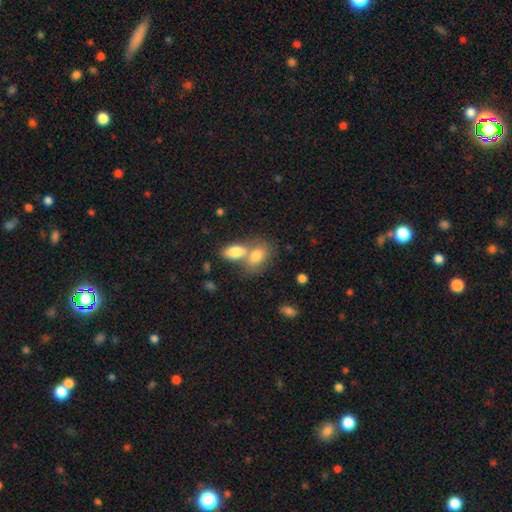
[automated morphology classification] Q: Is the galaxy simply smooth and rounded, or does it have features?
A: smooth — 63%.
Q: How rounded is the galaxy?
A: in between — 52%.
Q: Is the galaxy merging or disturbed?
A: merger — 53%.